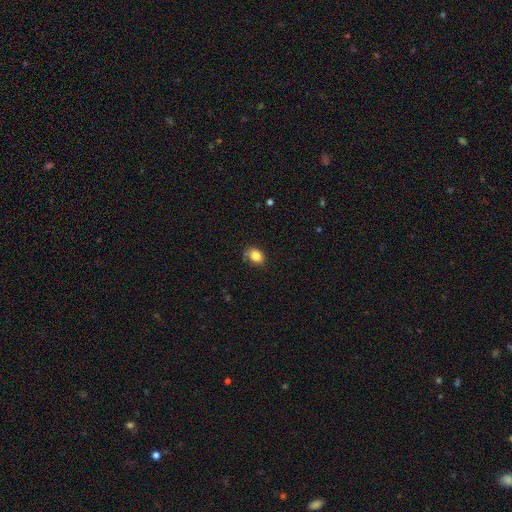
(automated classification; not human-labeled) smooth-or-featured: smooth: 84% | star or artifact: 10% | featured or disk: 6%
  how-rounded: in between: 62% | round: 37% | cigar-shaped: 1%
  merging: none: 71% | minor disturbance: 22% | major disturbance: 5% | merger: 2%